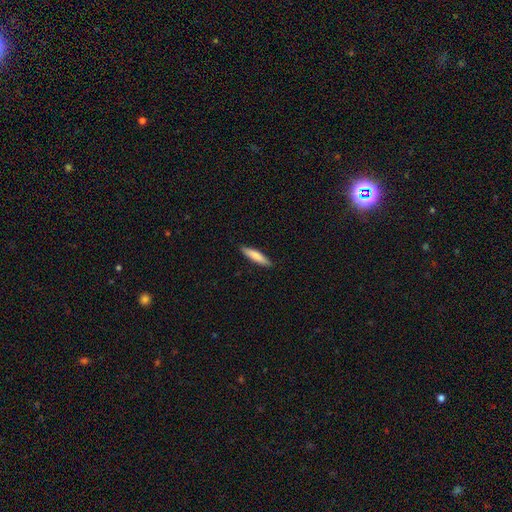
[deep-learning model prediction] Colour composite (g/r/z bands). It shows a smooth galaxy with no disk features (77%) that is cigar-shaped (83%). Merging: none (90%).